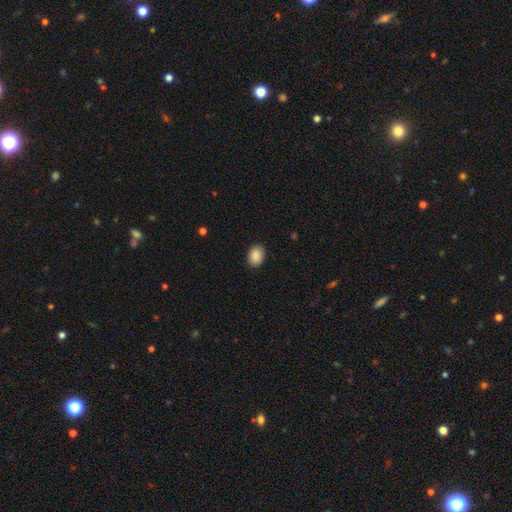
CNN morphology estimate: smooth 89%, star or artifact 7%, featured or disk 4%. Down the decision tree: how rounded — in between (73%); merging — none (89%).